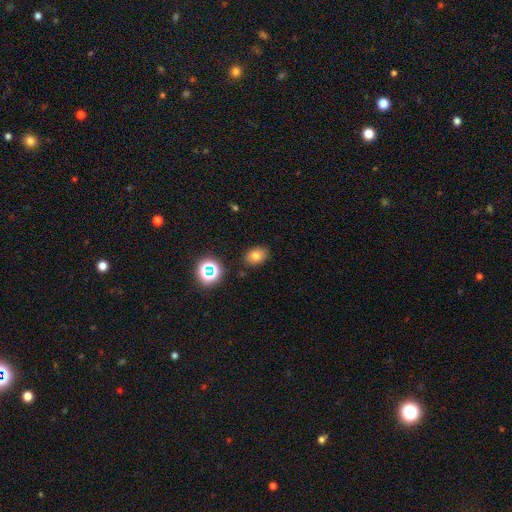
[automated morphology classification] A smooth galaxy with no disk features (74%) that is in between round and cigar-shaped (71%). Merging: none (84%).